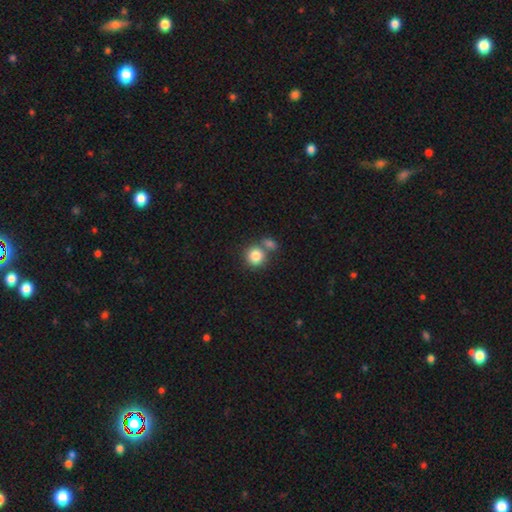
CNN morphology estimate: type=smooth (84%); roundness=round (86%); merging=none (55%).